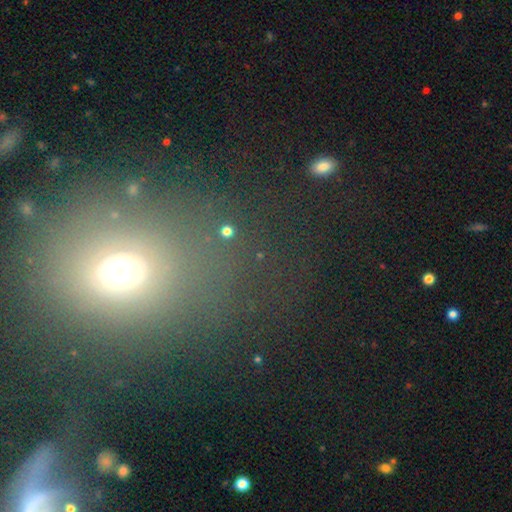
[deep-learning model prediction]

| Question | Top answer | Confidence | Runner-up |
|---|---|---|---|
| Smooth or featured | smooth | 49% | star or artifact (36%) |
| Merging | none | 72% | minor disturbance (12%) |